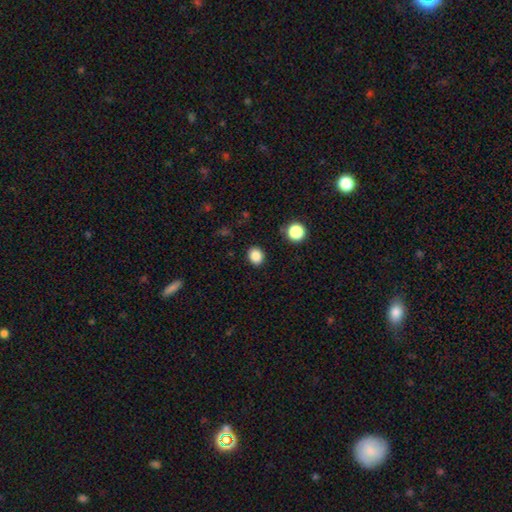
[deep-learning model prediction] smooth-or-featured: smooth: 85% | star or artifact: 11% | featured or disk: 4%
  how-rounded: round: 63% | in between: 36% | cigar-shaped: 1%
  merging: none: 89% | minor disturbance: 7% | major disturbance: 3% | merger: 1%